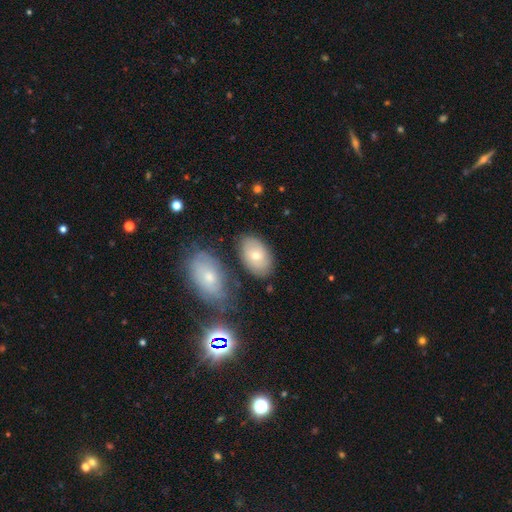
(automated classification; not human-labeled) A smooth galaxy with no disk features (66%) that is in between round and cigar-shaped (89%). Merging: none (75%).